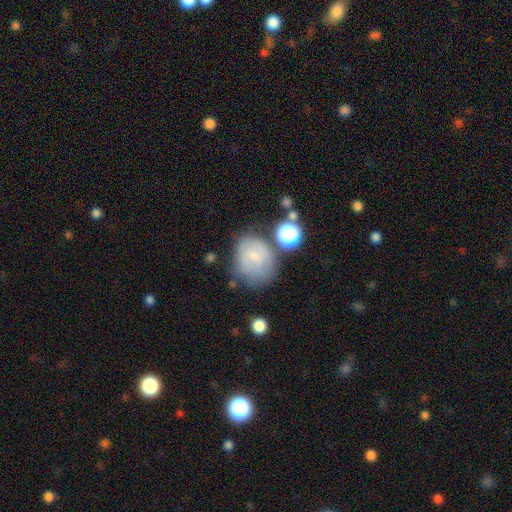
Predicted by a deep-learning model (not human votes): This is likely a smooth galaxy (63%). How rounded: possibly round (57%). Merging: possibly none (49%).